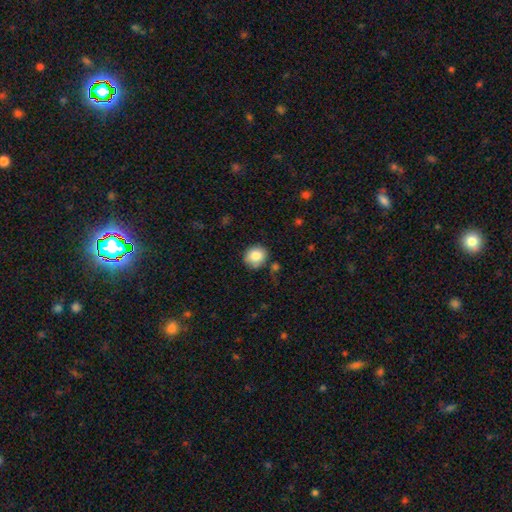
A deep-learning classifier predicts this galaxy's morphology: Smooth or featured?
  - smooth: 84% *
  - star or artifact: 9%
  - featured or disk: 7%
How rounded?
  - round: 88% *
  - in between: 11%
  - cigar-shaped: 1%
Merging?
  - none: 80% *
  - minor disturbance: 13%
  - merger: 4%
  - major disturbance: 3%